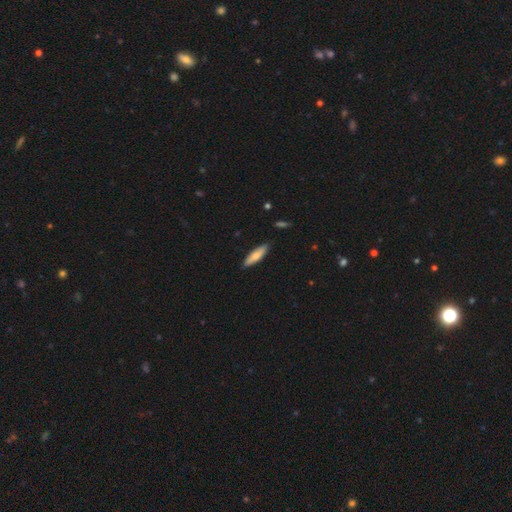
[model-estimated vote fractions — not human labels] This is likely a smooth galaxy (72%). How rounded: likely cigar-shaped (67%). Merging: clearly none (87%).